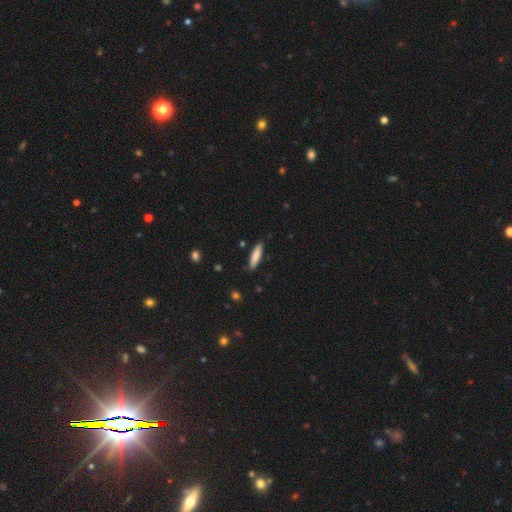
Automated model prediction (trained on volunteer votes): The model was most divided on "how rounded": cigar-shaped: 75%, in between: 24%, round: 1%. More confident: merging — none (88%); smooth or featured — smooth (82%).